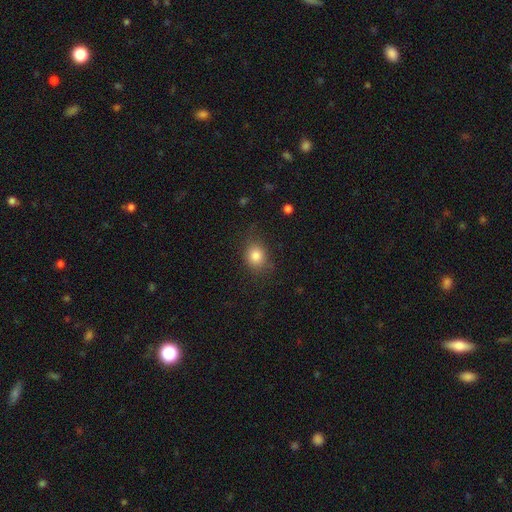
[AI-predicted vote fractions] This is clearly a smooth galaxy (83%). How rounded: likely round (63%). Merging: likely none (74%).